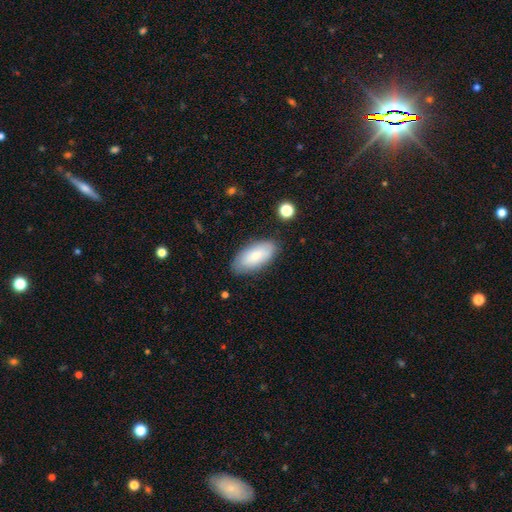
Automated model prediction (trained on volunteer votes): A smooth galaxy with no disk features (80%) that is in between round and cigar-shaped (89%).

Vote fractions:
- Smooth or featured? smooth: 80% / featured or disk: 14% / star or artifact: 6%
- How rounded? in between: 89% / cigar-shaped: 9% / round: 2%
- Merging? none: 82% / minor disturbance: 13% / major disturbance: 3% / merger: 2%